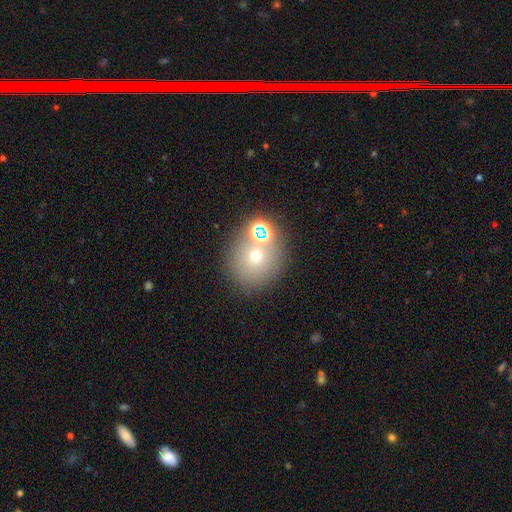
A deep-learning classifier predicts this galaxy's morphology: type=smooth (60%); roundness=round (82%); merging=none (66%).